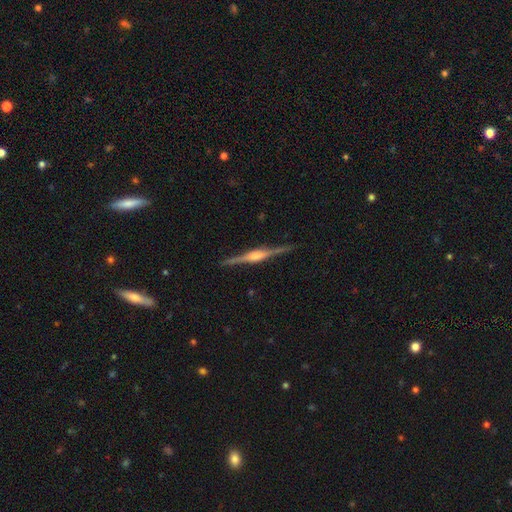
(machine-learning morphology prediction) featured or disk 85%, smooth 10%, star or artifact 5%. Down the decision tree: edge-on disk — yes (98%); edge-on bulge — rounded (68%); merging — none (89%).